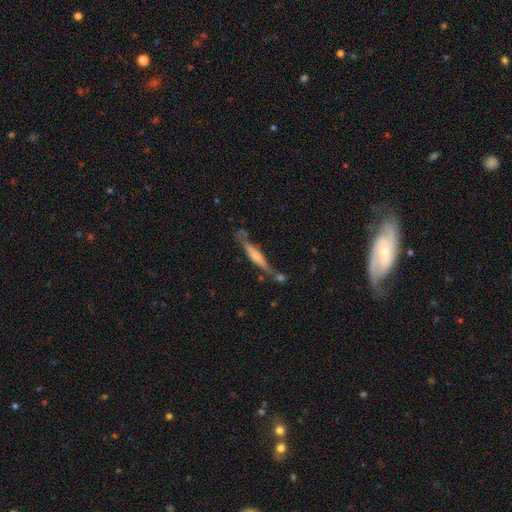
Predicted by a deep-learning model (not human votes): A featured or disk galaxy (56%) viewed edge-on (93%) with a rounded central bulge (56%).

Vote fractions:
- Smooth or featured? featured or disk: 56% / smooth: 38% / star or artifact: 6%
- Edge-on disk? yes: 93% / no: 7%
- Edge-on bulge? rounded: 56% / boxy: 23% / none: 21%
- Merging? none: 62% / minor disturbance: 20% / merger: 11% / major disturbance: 7%